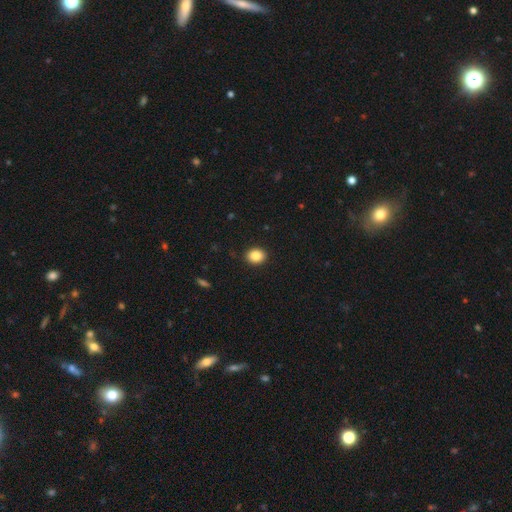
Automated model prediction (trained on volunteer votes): Overall: smooth (86%). How rounded: round (53%; in between 46%). Merging: none (91%).